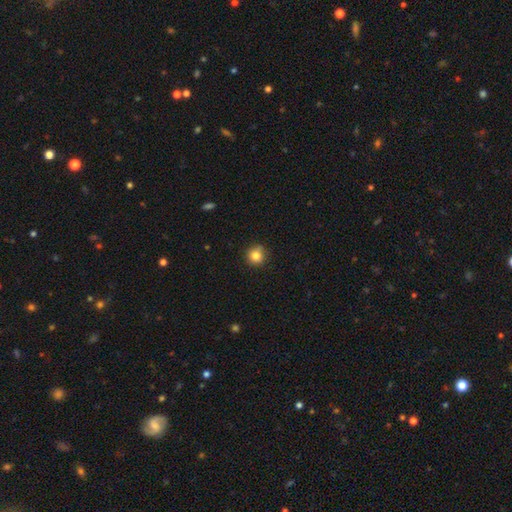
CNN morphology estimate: A smooth galaxy with no disk features (83%) that is round (91%). Merging: none (81%).